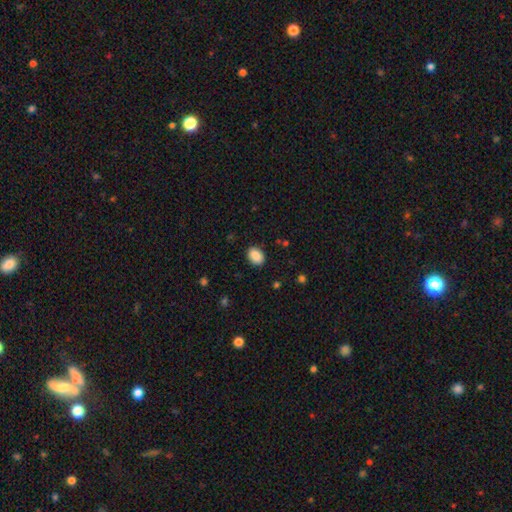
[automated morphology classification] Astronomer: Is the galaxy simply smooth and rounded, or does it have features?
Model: smooth — 89%.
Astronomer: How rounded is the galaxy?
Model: in between — 71%.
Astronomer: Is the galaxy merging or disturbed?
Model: none — 89%.